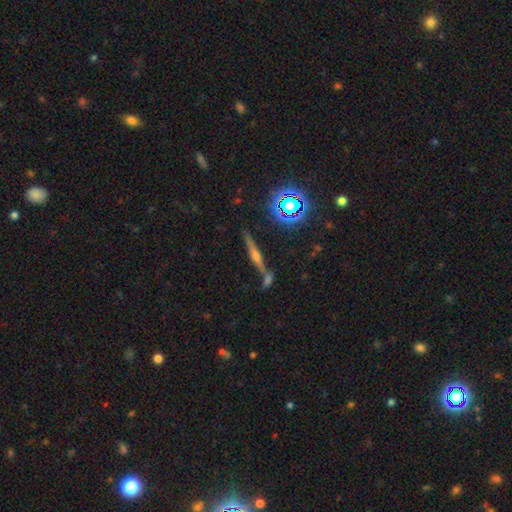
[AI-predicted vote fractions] Smooth or featured? featured or disk (68%)
Edge-on disk? yes (96%)
Edge-on bulge? rounded (90%)
Merging? none (75%)